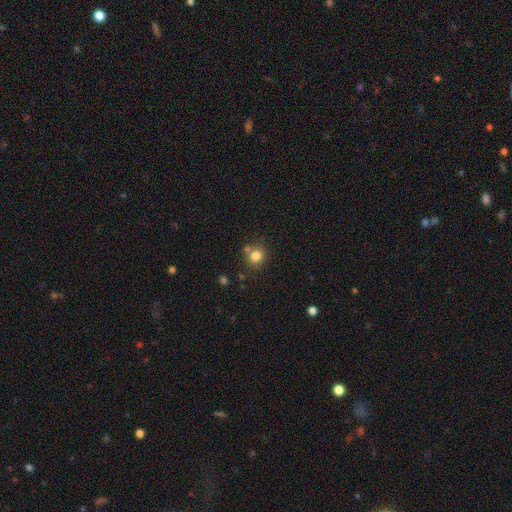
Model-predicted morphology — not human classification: smooth_or_featured: smooth (p=0.80) [alt: star or artifact p=0.13]
how_rounded: round (p=0.84) [alt: in between p=0.15]
merging: none (p=0.67) [alt: merger p=0.19]